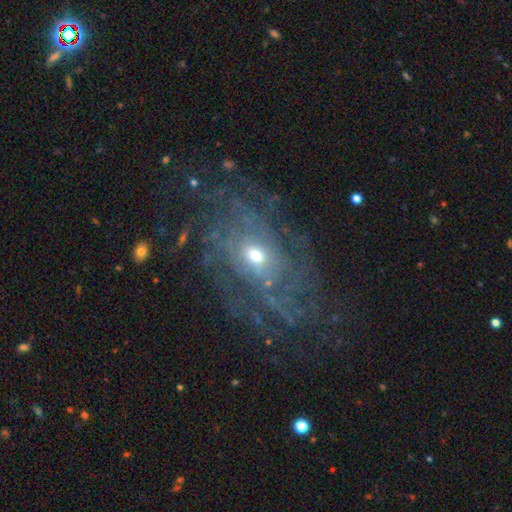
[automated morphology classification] smooth_or_featured: featured or disk (p=0.81) [alt: smooth p=0.10]
disk_edge_on: no (p=0.95) [alt: yes p=0.05]
bar: no (p=0.74) [alt: weak p=0.20]
has_spiral_arms: yes (p=0.85) [alt: no p=0.15]
spiral_winding: tight (p=0.60) [alt: medium p=0.26]
spiral_arm_count: can't tell (p=0.46) [alt: more than 4 p=0.16]
bulge_size: moderate (p=0.51) [alt: small p=0.42]
merging: none (p=0.68) [alt: minor disturbance p=0.16]